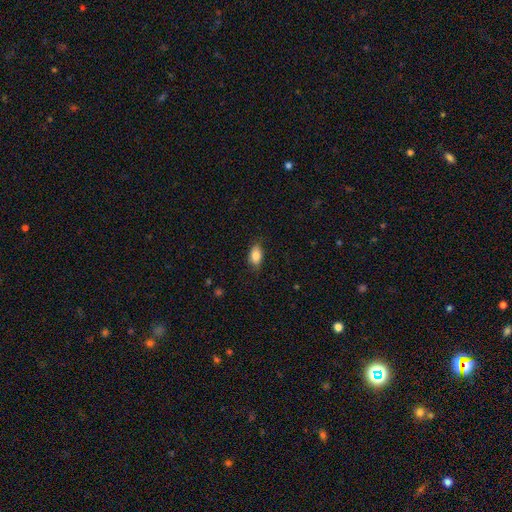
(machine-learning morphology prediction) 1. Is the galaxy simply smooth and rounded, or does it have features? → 85% smooth, 8% featured or disk, 8% star or artifact.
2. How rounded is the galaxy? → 89% in between, 8% round, 3% cigar-shaped.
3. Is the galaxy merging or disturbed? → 80% none, 16% minor disturbance, 3% major disturbance, 1% merger.